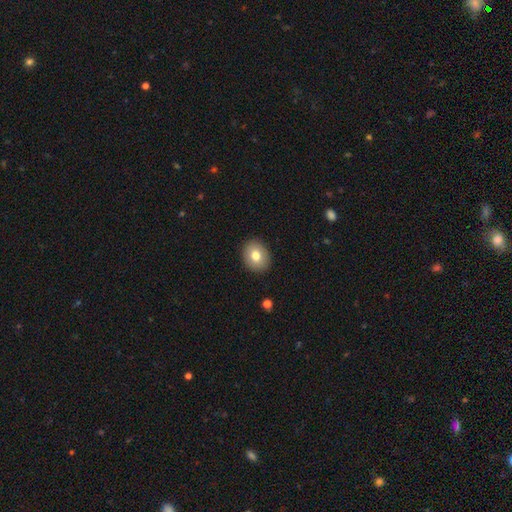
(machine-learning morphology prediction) This appears to be a smooth galaxy with no disk features (77%) that is round (57%). Merging: none (91%).